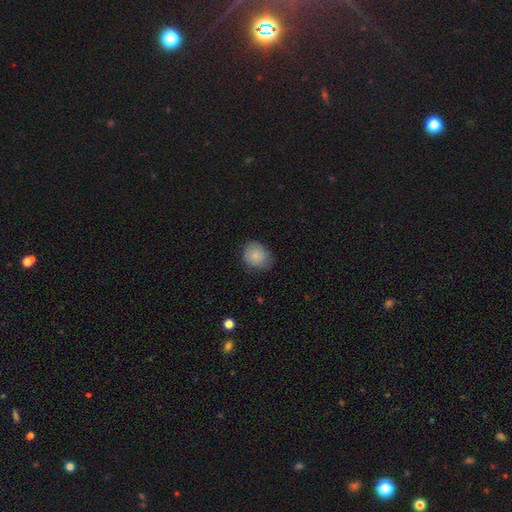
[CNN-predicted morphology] This is clearly a smooth galaxy (84%). How rounded: likely round (74%). Merging: likely none (67%).